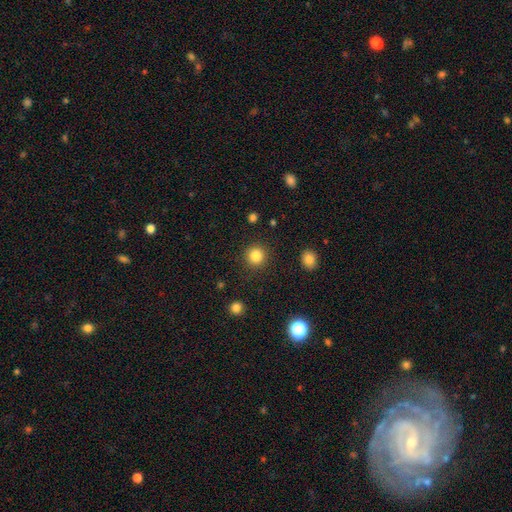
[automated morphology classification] Q: Smooth or featured?
A: smooth (84%); runner-up: star or artifact (11%)
Q: How rounded?
A: round (94%); runner-up: in between (5%)
Q: Merging?
A: none (90%); runner-up: minor disturbance (6%)